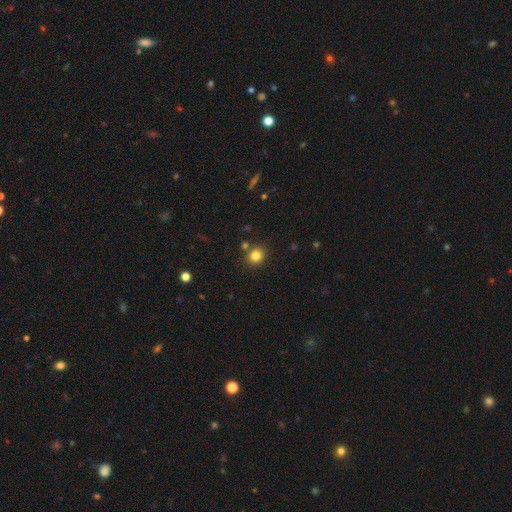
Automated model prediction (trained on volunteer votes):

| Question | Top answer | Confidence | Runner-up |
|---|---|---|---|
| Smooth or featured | smooth | 81% | star or artifact (13%) |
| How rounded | round | 82% | in between (17%) |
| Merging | none | 83% | minor disturbance (8%) |